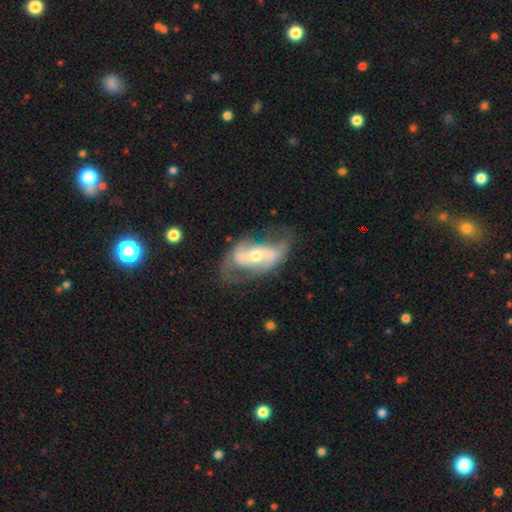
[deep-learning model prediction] featured or disk 78%, smooth 16%, star or artifact 6%. Down the decision tree: edge-on disk — no (93%); bar — strong (35%); spiral arms — yes (79%); spiral arm count — 2 (82%); spiral winding — loose (48%); bulge size — moderate (51%); merging — none (50%).